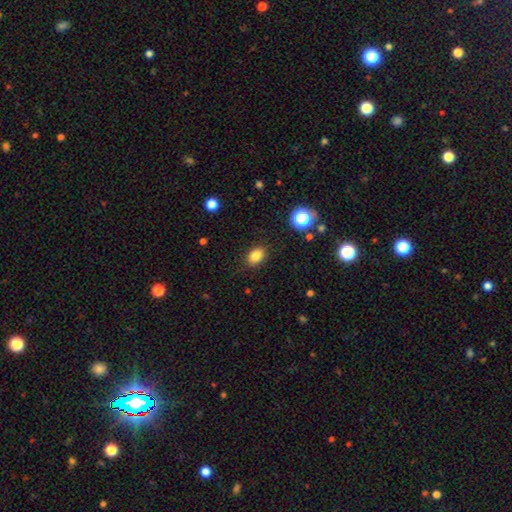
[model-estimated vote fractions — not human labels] This is clearly a smooth galaxy (84%). How rounded: likely in between (70%). Merging: clearly none (87%).